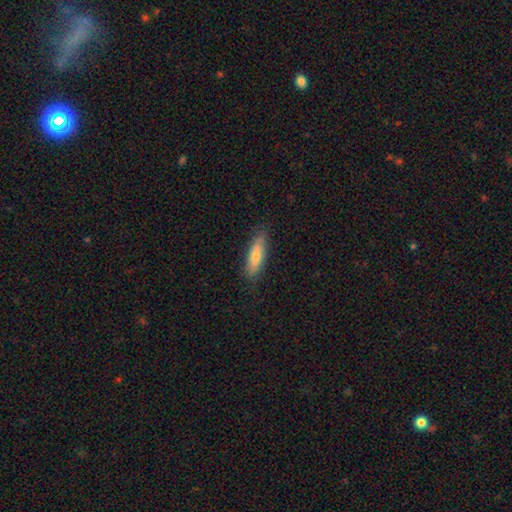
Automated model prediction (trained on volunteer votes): This is likely a smooth galaxy (70%). How rounded: likely cigar-shaped (72%). Merging: clearly none (85%).